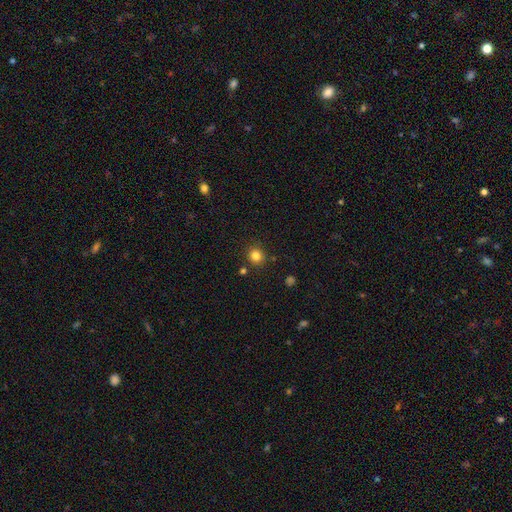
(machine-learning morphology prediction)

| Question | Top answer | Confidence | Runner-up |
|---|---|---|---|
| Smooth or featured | smooth | 82% | star or artifact (13%) |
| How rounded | round | 89% | in between (10%) |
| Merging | none | 86% | minor disturbance (8%) |